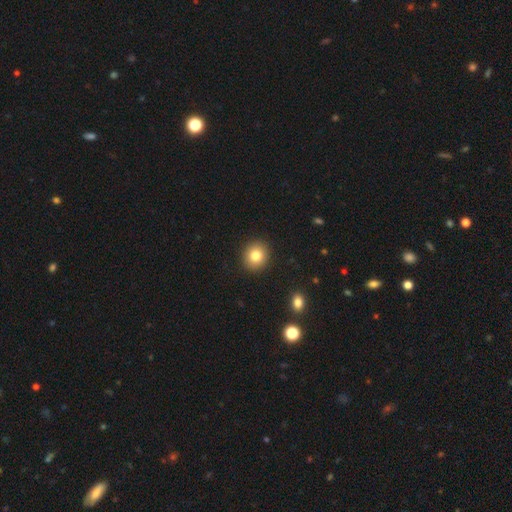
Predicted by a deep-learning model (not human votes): Overall: smooth (81%). How rounded: round (81%). Merging: none (91%).